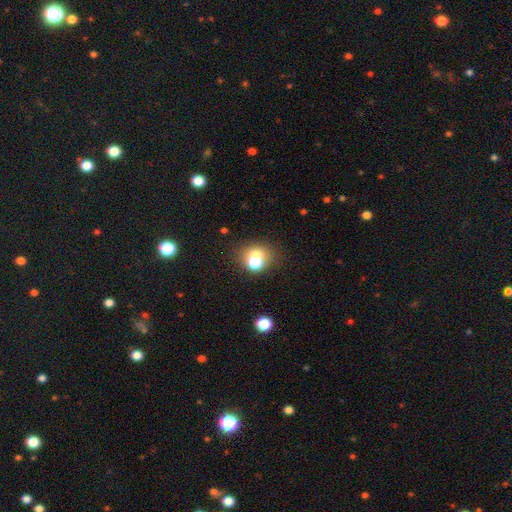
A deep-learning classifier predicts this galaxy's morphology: Overall: smooth (64%). How rounded: round (68%; in between 31%). Merging: merger (43%; none 42%).